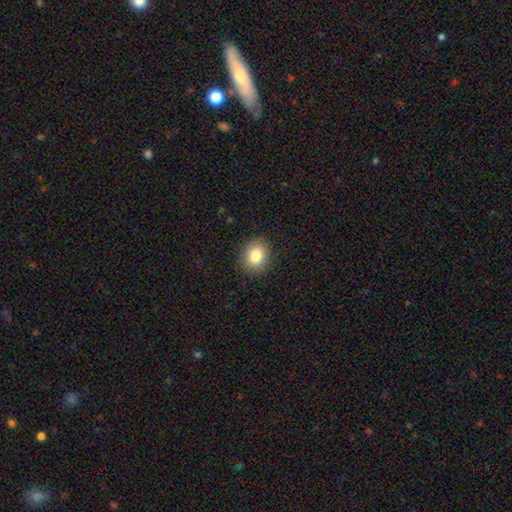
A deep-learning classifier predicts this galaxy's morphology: Smooth or featured: smooth — 82% (star or artifact — 9%)
How rounded: round — 61% (in between — 39%)
Merging: none — 89% (minor disturbance — 7%)